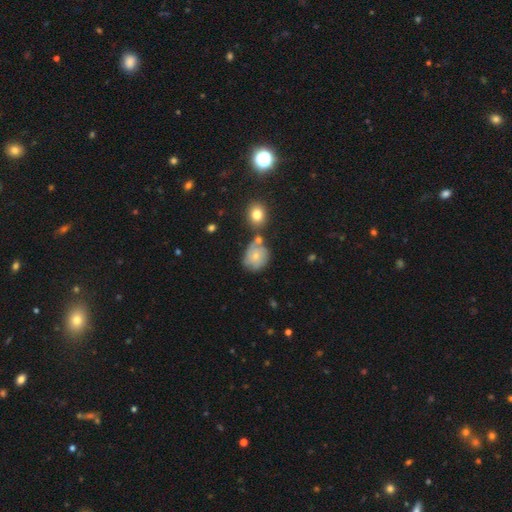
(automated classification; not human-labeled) Smooth or featured: smooth — 56% (featured or disk — 34%)
How rounded: round — 72% (in between — 27%)
Merging: none — 50% (minor disturbance — 22%)